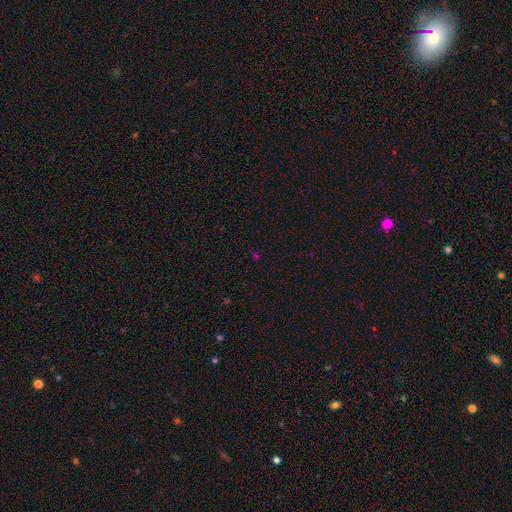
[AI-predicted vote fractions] A star or artifact, not a galaxy (57%).